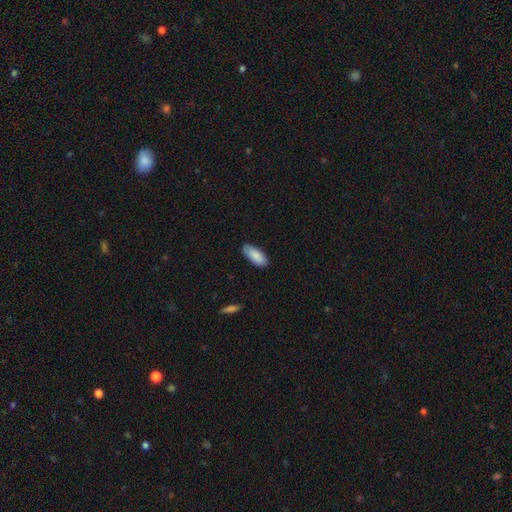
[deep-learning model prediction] Smooth or featured?
  - smooth: 87% *
  - featured or disk: 7%
  - star or artifact: 6%
How rounded?
  - in between: 85% *
  - cigar-shaped: 14%
  - round: 2%
Merging?
  - none: 84% *
  - minor disturbance: 13%
  - major disturbance: 2%
  - merger: 1%